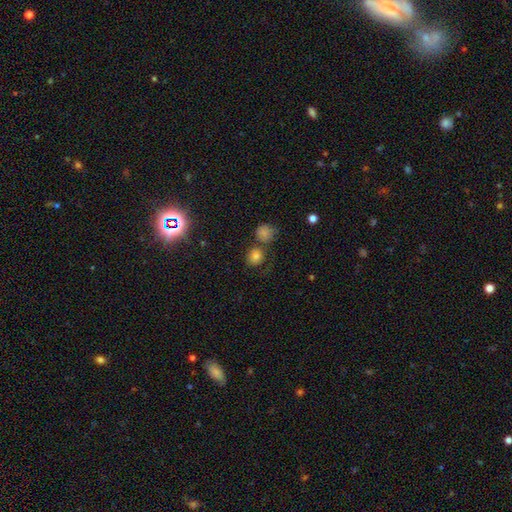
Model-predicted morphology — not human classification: Smooth or featured? Predicted: smooth (p=0.76). How rounded? Predicted: round (p=0.82). Merging? Predicted: none (p=0.62).